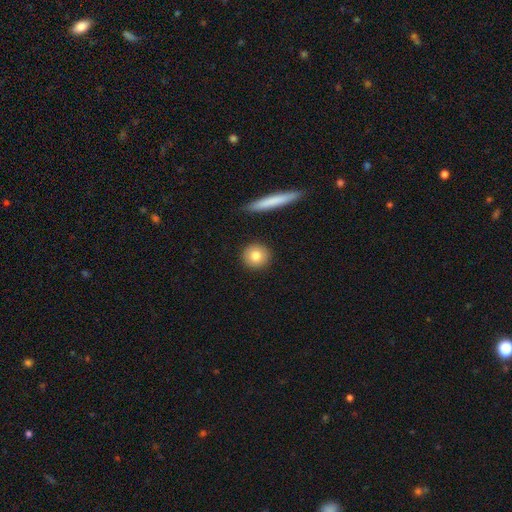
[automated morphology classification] smooth 81%, featured or disk 11%, star or artifact 8%. Down the decision tree: how rounded — round (91%); merging — none (91%).